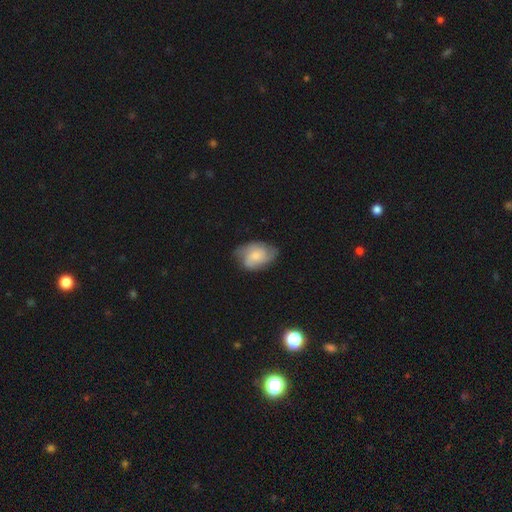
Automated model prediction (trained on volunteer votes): Smooth or featured?
  - featured or disk: 51% *
  - smooth: 42%
  - star or artifact: 7%
Edge-on disk?
  - no: 96% *
  - yes: 4%
Merging?
  - none: 62% *
  - minor disturbance: 28%
  - major disturbance: 8%
  - merger: 1%